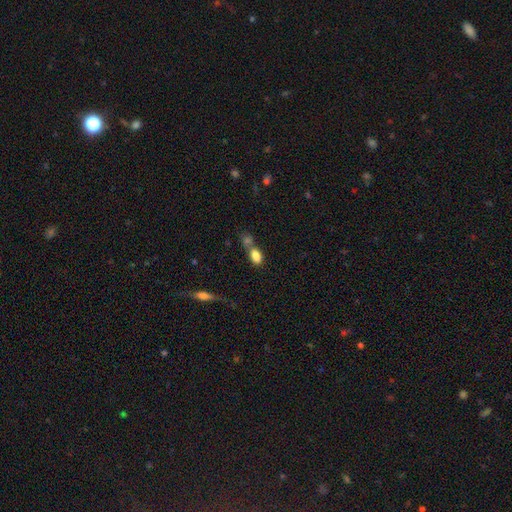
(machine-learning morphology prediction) This appears to be a smooth galaxy with no disk features (82%) that is in between round and cigar-shaped (87%). Merging: merger (44%).